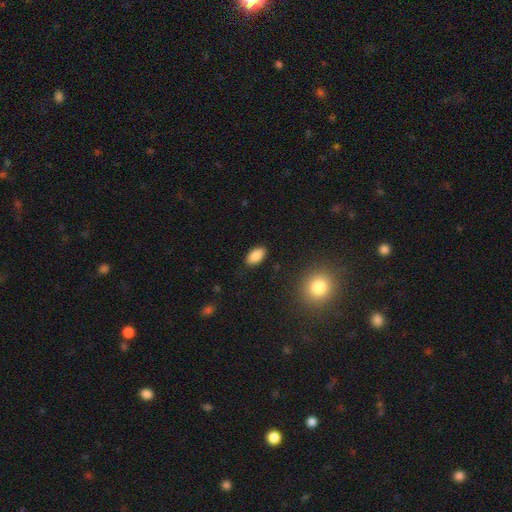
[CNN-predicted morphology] This is clearly a smooth galaxy (87%). How rounded: clearly in between (94%). Merging: clearly none (87%).